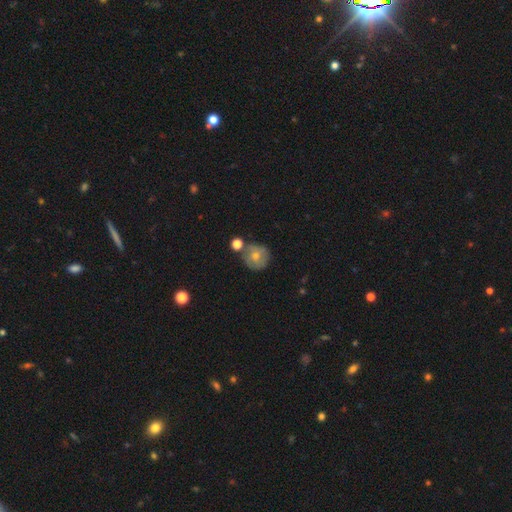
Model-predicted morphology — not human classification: Q: Smooth or featured?
A: smooth (64%); runner-up: featured or disk (27%)
Q: How rounded?
A: round (90%); runner-up: in between (9%)
Q: Merging?
A: none (61%); runner-up: merger (19%)